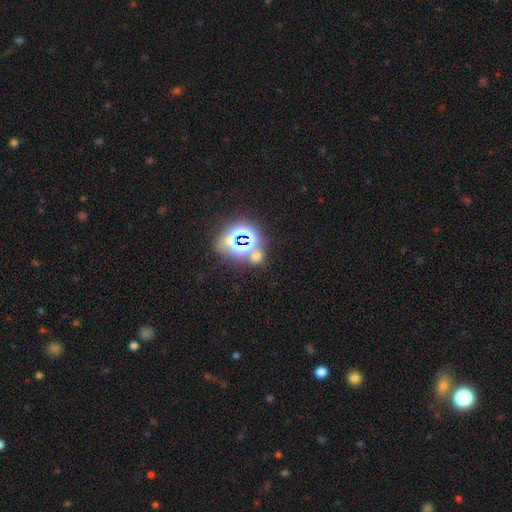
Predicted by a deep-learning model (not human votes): Smooth or featured? star or artifact (53%)